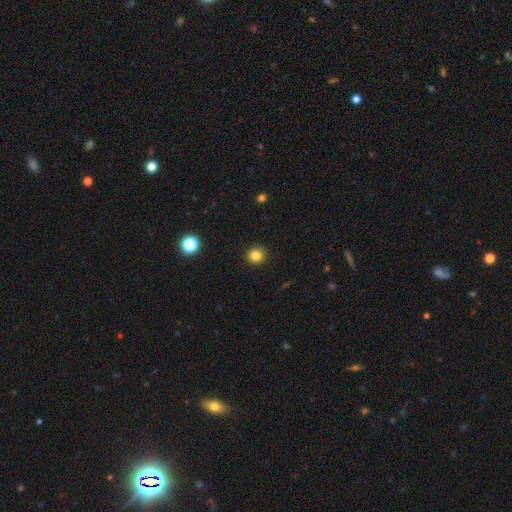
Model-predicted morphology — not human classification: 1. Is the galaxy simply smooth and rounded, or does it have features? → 83% smooth, 12% star or artifact, 5% featured or disk.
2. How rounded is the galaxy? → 91% round, 8% in between, 1% cigar-shaped.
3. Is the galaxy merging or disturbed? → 91% none, 7% minor disturbance, 2% major disturbance, 1% merger.